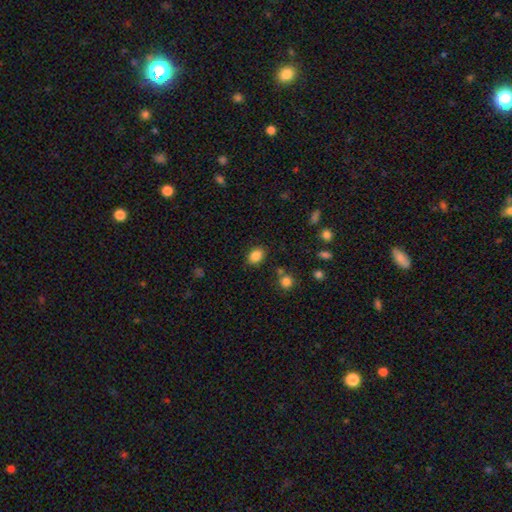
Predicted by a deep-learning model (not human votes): Q: Smooth or featured?
A: smooth (85%); runner-up: star or artifact (10%)
Q: How rounded?
A: in between (69%); runner-up: round (30%)
Q: Merging?
A: none (83%); runner-up: minor disturbance (11%)